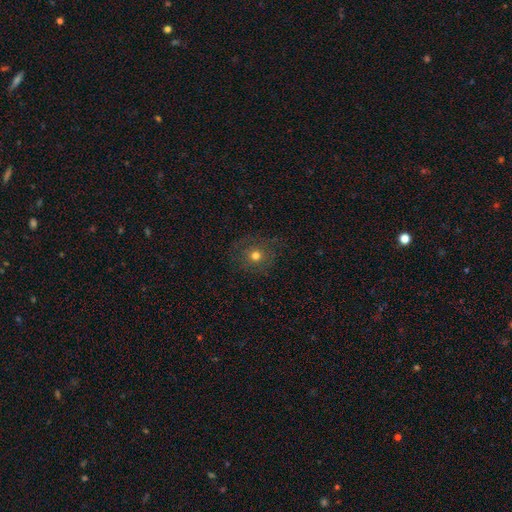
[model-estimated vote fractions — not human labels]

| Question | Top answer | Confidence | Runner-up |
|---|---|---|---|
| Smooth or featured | smooth | 66% | featured or disk (19%) |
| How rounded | round | 88% | in between (11%) |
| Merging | none | 80% | minor disturbance (12%) |